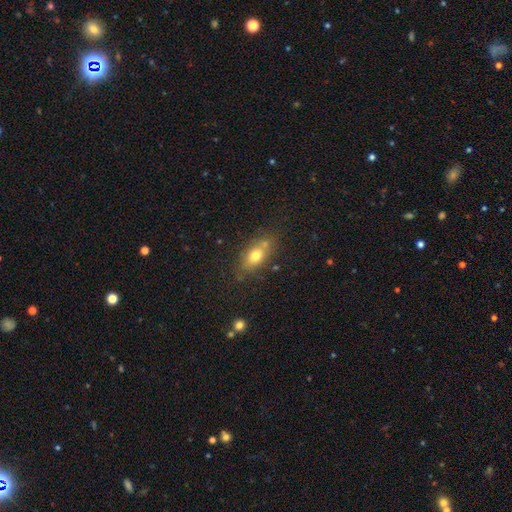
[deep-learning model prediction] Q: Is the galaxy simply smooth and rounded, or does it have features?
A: smooth — 72%.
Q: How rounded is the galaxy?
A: in between — 78%.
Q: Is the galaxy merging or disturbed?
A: none — 66%.